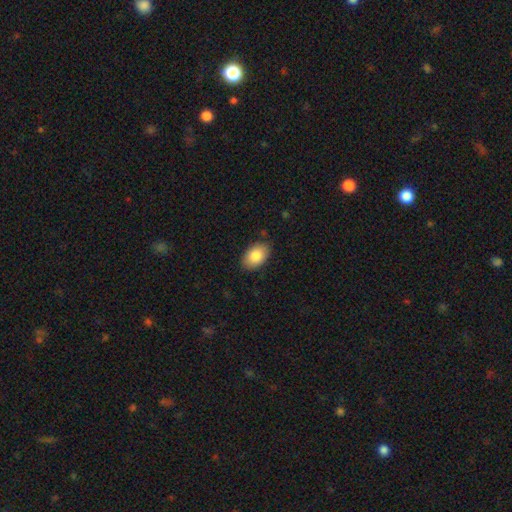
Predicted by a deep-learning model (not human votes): Morphology: type=smooth (84%); roundness=in between (90%); merging=none (85%).